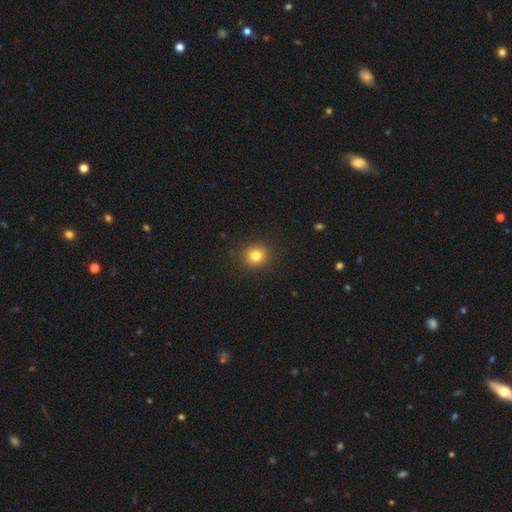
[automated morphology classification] smooth_or_featured: smooth (p=0.81) [alt: star or artifact p=0.12]
how_rounded: round (p=0.87) [alt: in between p=0.12]
merging: none (p=0.91) [alt: minor disturbance p=0.06]